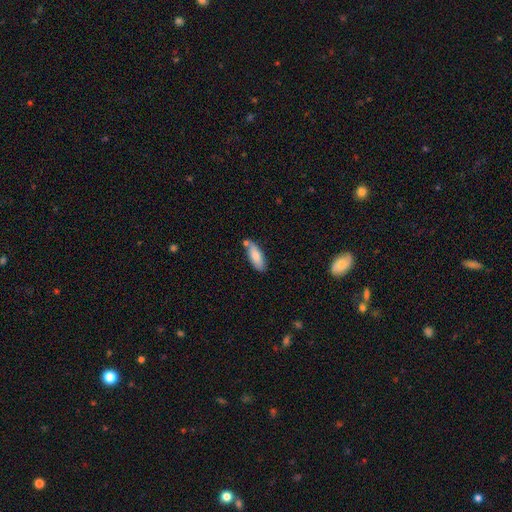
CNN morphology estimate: A smooth galaxy with no disk features (78%) that is in between round and cigar-shaped (70%). Merging: none (68%).